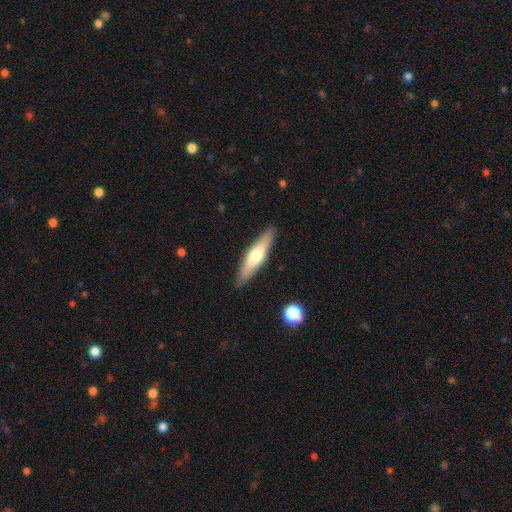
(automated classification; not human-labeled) smooth_or_featured: smooth (p=0.56) [alt: featured or disk p=0.39]
how_rounded: cigar-shaped (p=0.77) [alt: in between p=0.21]
merging: none (p=0.88) [alt: minor disturbance p=0.09]